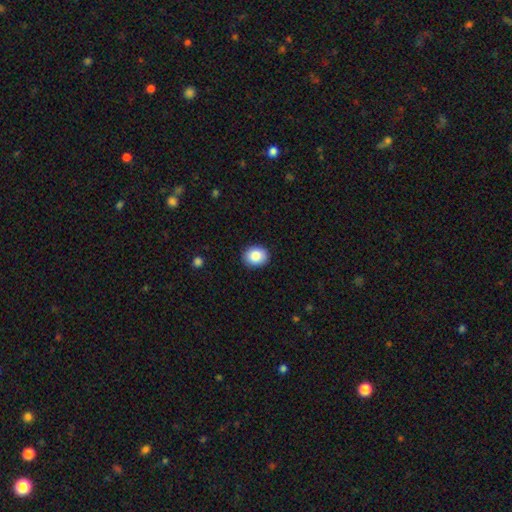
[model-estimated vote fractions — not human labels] A smooth galaxy with no disk features (85%) that is round (62%).

Vote fractions:
- Smooth or featured? smooth: 85% / star or artifact: 8% / featured or disk: 6%
- How rounded? round: 62% / in between: 38% / cigar-shaped: 1%
- Merging? none: 90% / minor disturbance: 7% / major disturbance: 2% / merger: 1%